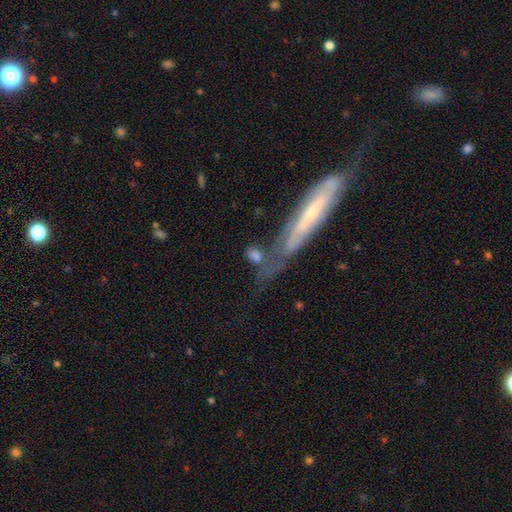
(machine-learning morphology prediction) Q: Smooth or featured?
A: smooth (65%); runner-up: featured or disk (23%)
Q: How rounded?
A: in between (58%); runner-up: round (22%)
Q: Merging?
A: none (46%); runner-up: merger (26%)